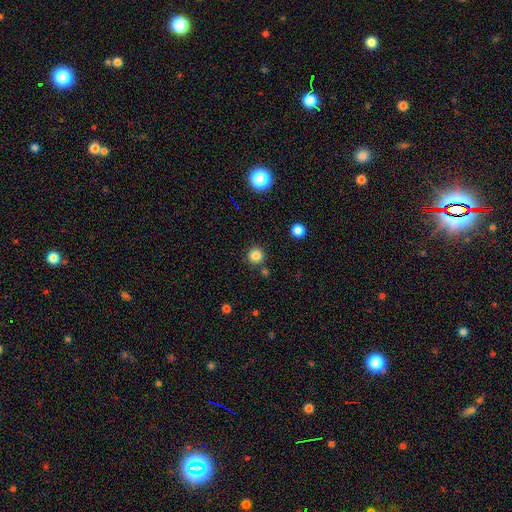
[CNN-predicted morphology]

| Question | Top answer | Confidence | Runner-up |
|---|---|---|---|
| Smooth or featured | smooth | 83% | star or artifact (13%) |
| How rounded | round | 95% | in between (4%) |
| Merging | none | 85% | minor disturbance (6%) |